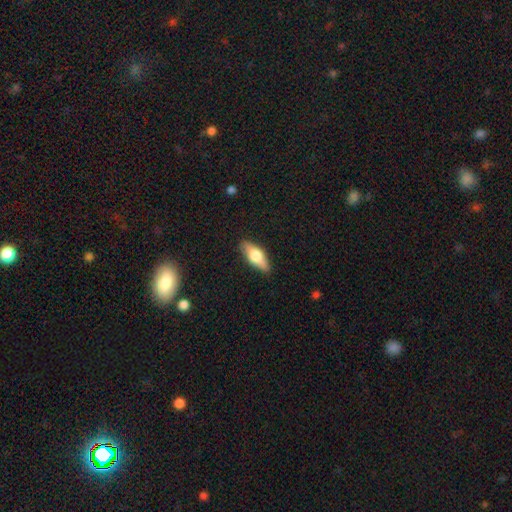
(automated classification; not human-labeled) The model was most divided on "smooth or featured": smooth: 52%, featured or disk: 42%, star or artifact: 6%. More confident: merging — none (87%); how rounded — in between (67%).